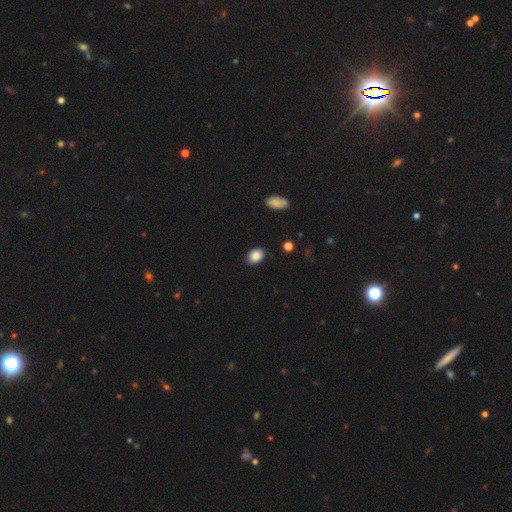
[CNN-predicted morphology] smooth_or_featured: smooth (p=0.87) [alt: star or artifact p=0.09]
how_rounded: in between (p=0.74) [alt: round p=0.25]
merging: none (p=0.87) [alt: minor disturbance p=0.10]